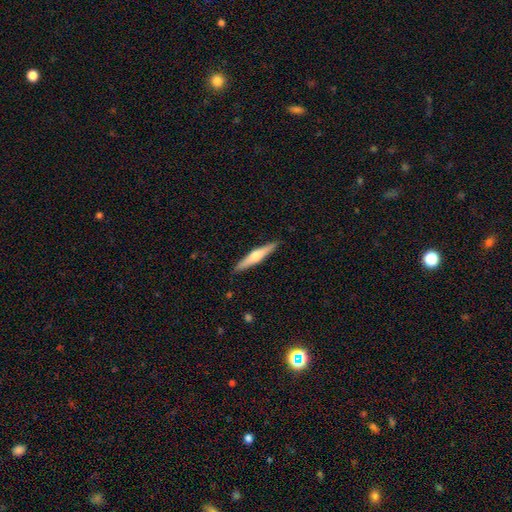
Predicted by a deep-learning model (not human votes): Smooth or featured?
  - featured or disk: 56% *
  - smooth: 39%
  - star or artifact: 5%
Edge-on disk?
  - yes: 97% *
  - no: 3%
Edge-on bulge?
  - rounded: 89% *
  - none: 6%
  - boxy: 5%
Merging?
  - none: 91% *
  - minor disturbance: 7%
  - major disturbance: 1%
  - merger: 1%